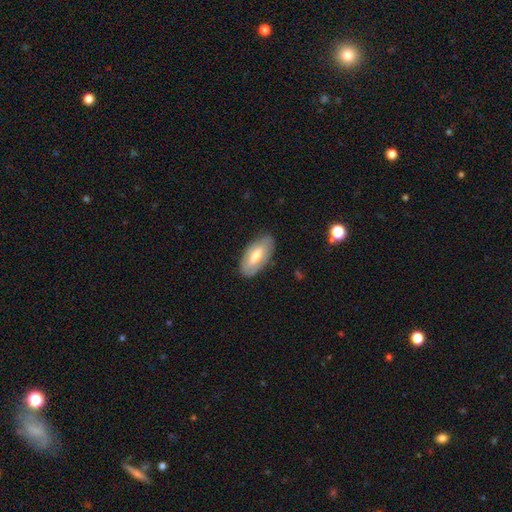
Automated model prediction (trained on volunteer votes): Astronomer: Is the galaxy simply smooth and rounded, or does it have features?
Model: smooth — 57% (runner-up: featured or disk, 37%).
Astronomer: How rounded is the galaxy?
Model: in between — 91%.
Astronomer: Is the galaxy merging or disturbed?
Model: none — 83%.